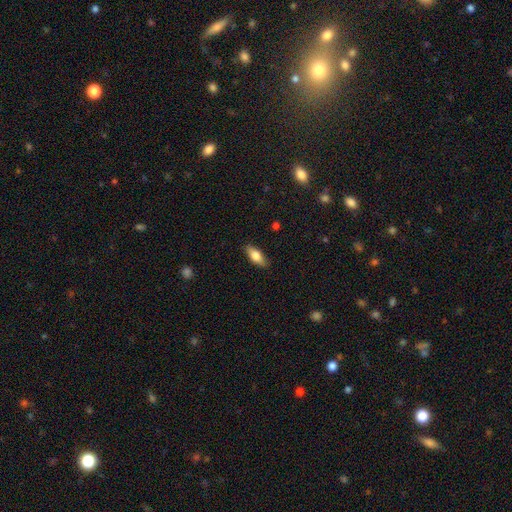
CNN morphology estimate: Q: Smooth or featured?
A: smooth (73%); runner-up: featured or disk (21%)
Q: How rounded?
A: in between (76%); runner-up: cigar-shaped (21%)
Q: Merging?
A: none (86%); runner-up: minor disturbance (10%)